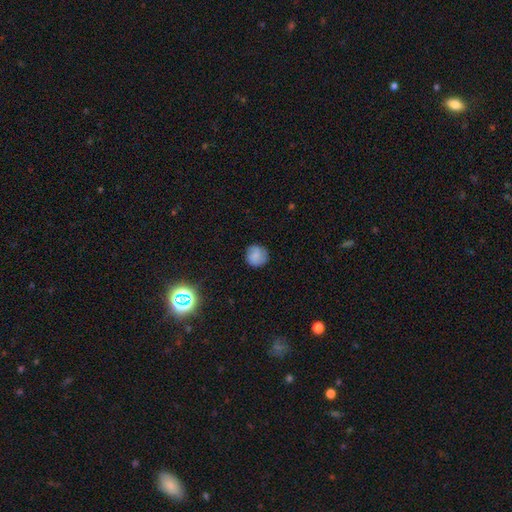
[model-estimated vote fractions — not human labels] This is likely a smooth galaxy (71%). How rounded: clearly round (90%). Merging: clearly none (83%).